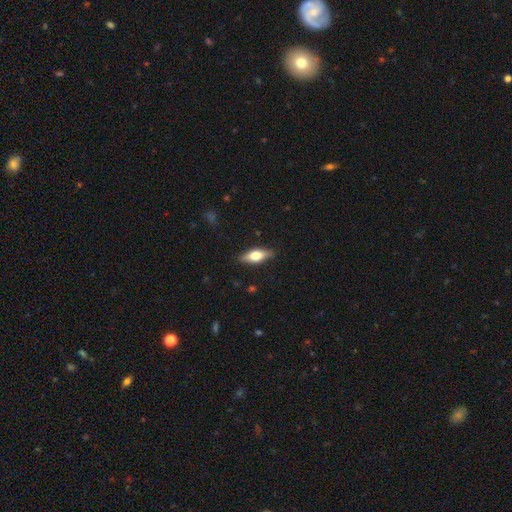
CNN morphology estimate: A smooth galaxy with no disk features (56%) that is in between round and cigar-shaped (66%). Merging: none (85%).